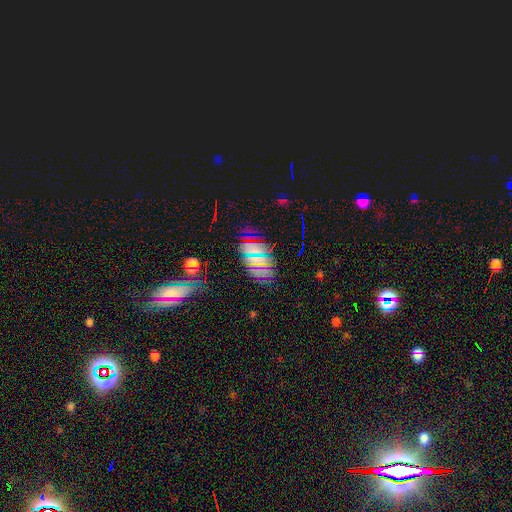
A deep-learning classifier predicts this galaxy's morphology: This is possibly a star or artifact rather than a galaxy (47%).